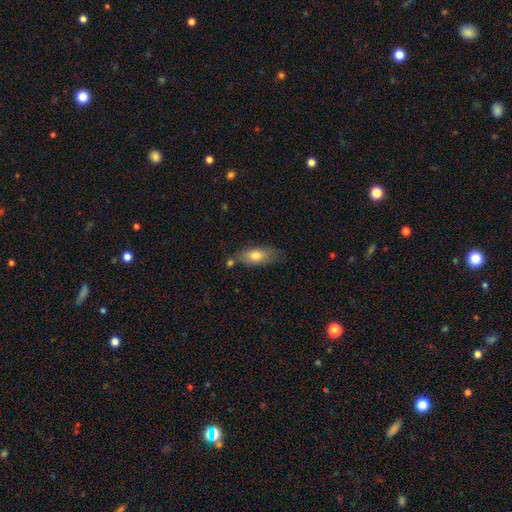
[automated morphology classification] The model was most divided on "merging": none: 65%, minor disturbance: 20%, merger: 10%, major disturbance: 5%. More confident: how rounded — in between (79%); smooth or featured — smooth (73%).